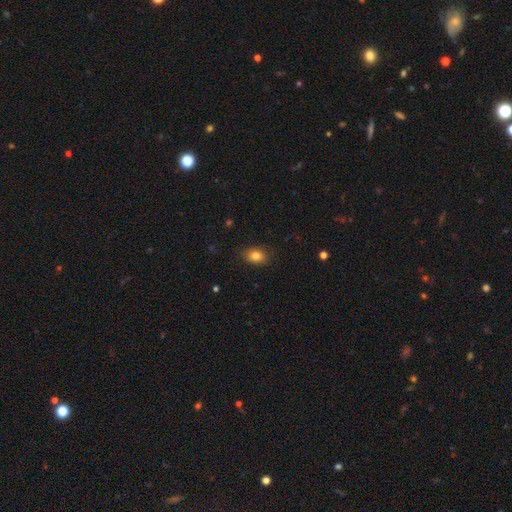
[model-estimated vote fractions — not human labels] Smooth or featured: smooth — 83% (star or artifact — 10%)
How rounded: in between — 75% (round — 23%)
Merging: none — 85% (minor disturbance — 11%)